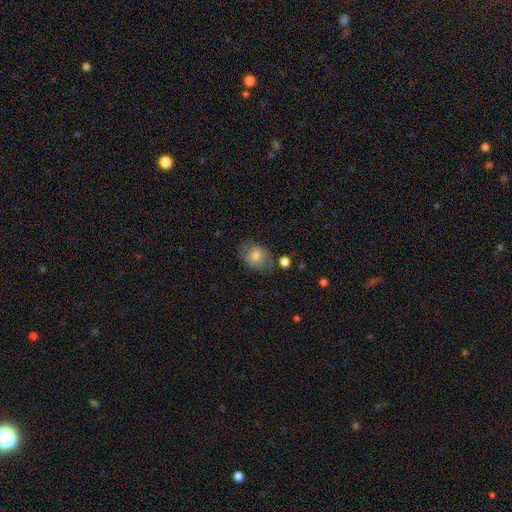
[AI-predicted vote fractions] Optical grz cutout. It shows a smooth galaxy with no disk features (74%) that is in between round and cigar-shaped (57%). Merging: none (70%).